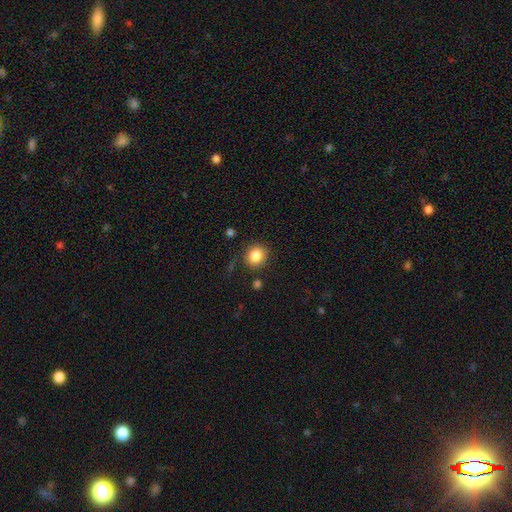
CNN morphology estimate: A smooth galaxy with no disk features (84%) that is round (81%). Merging: none (84%).